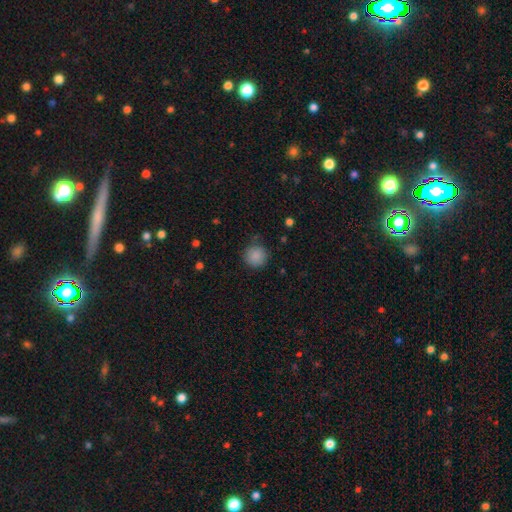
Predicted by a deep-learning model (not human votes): smooth_or_featured: smooth (p=0.87) [alt: star or artifact p=0.09]
how_rounded: round (p=0.93) [alt: in between p=0.06]
merging: none (p=0.81) [alt: minor disturbance p=0.14]